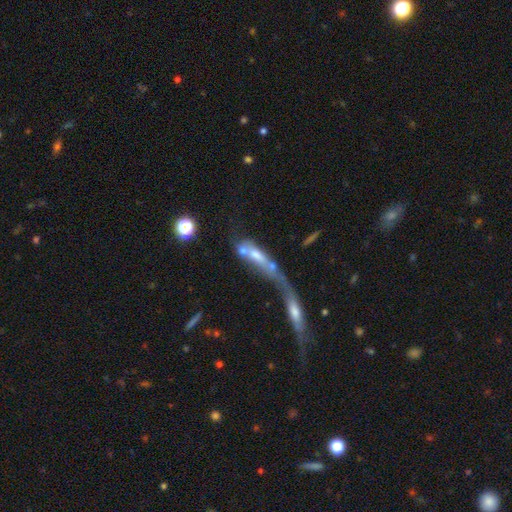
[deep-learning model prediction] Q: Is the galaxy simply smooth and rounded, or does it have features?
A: featured or disk — 46%.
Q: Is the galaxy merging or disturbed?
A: merger — 71%.